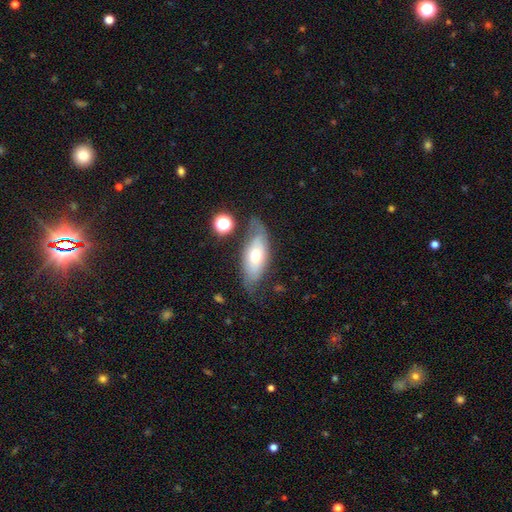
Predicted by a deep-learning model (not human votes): This appears to be a smooth galaxy with no disk features (51%) that is in between round and cigar-shaped (79%). Merging: none (61%).